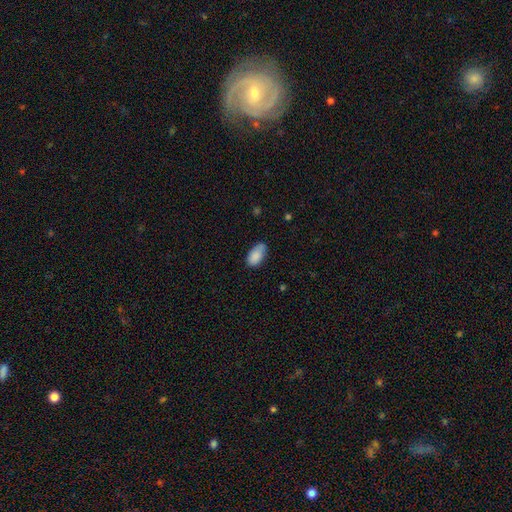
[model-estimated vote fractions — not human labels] Overall: smooth (86%). How rounded: in between (94%). Merging: none (62%; minor disturbance 30%).